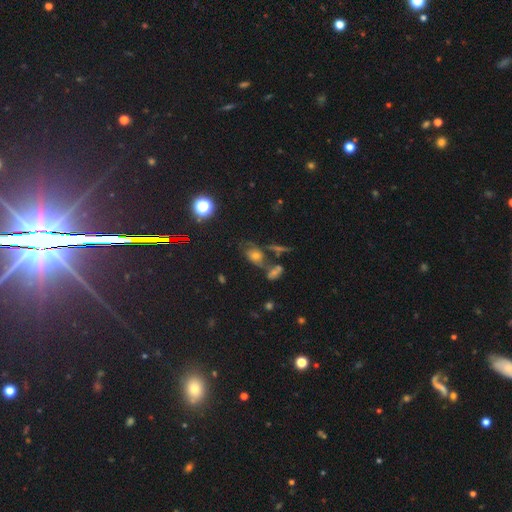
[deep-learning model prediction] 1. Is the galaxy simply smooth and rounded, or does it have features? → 40% smooth, 30% featured or disk, 30% star or artifact.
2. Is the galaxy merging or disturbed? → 47% none, 22% merger, 18% minor disturbance, 13% major disturbance.